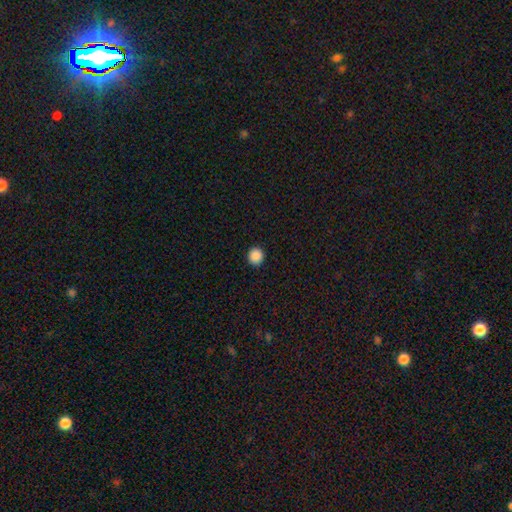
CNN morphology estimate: Smooth or featured? Predicted: smooth (p=0.88). How rounded? Predicted: round (p=0.91). Merging? Predicted: none (p=0.93).